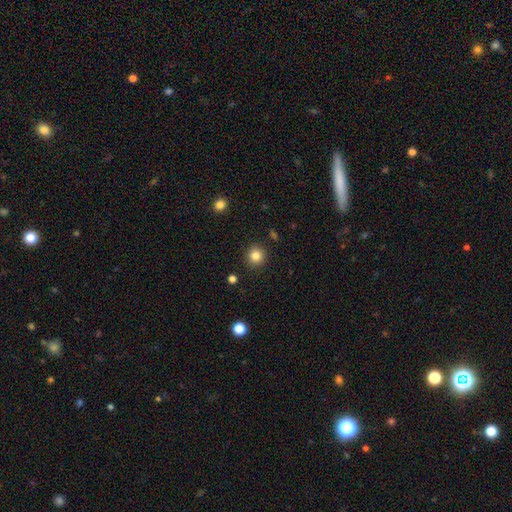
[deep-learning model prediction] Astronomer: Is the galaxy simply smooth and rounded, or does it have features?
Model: smooth — 83%.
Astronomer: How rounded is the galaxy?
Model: round — 94%.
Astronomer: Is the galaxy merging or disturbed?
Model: none — 91%.